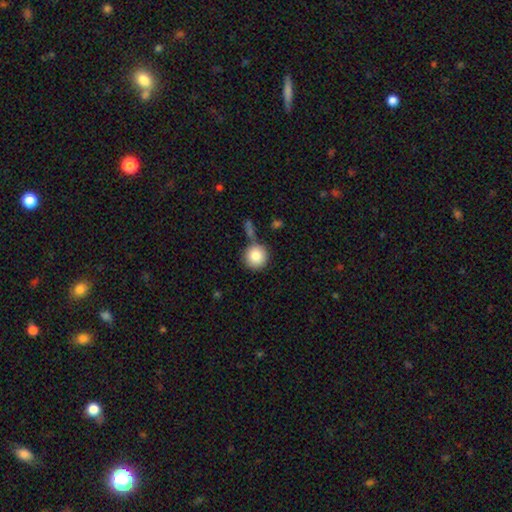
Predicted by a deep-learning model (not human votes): Smooth or featured? smooth (84%)
How rounded? round (94%)
Merging? none (70%)